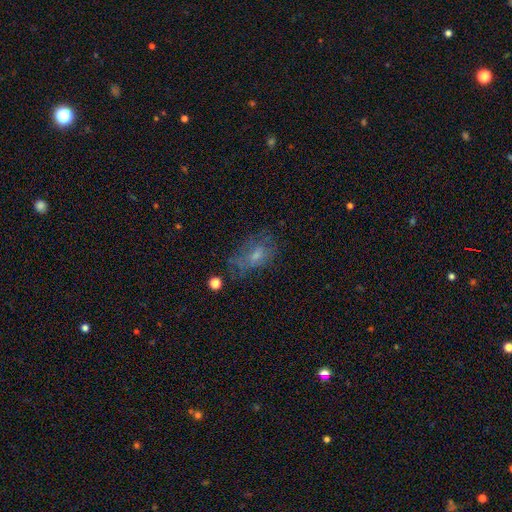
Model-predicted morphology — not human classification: Smooth or featured?
  - smooth: 46% *
  - featured or disk: 38%
  - star or artifact: 15%
Merging?
  - none: 49% *
  - minor disturbance: 24%
  - major disturbance: 24%
  - merger: 4%